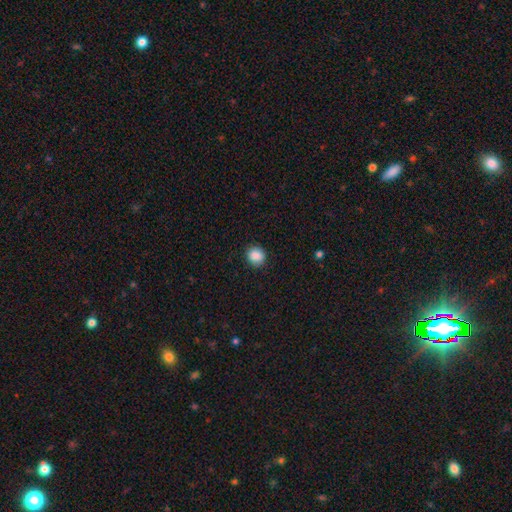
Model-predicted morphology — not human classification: Overall: smooth (88%). How rounded: round (85%). Merging: none (90%).